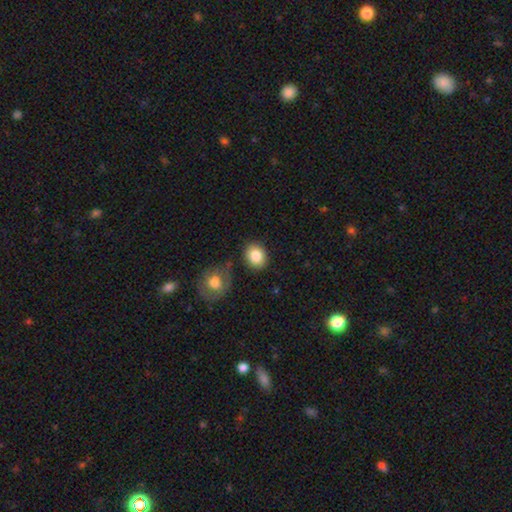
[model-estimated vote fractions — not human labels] A smooth galaxy with no disk features (85%) that is round (57%).

Vote fractions:
- Smooth or featured? smooth: 85% / star or artifact: 8% / featured or disk: 7%
- How rounded? round: 57% / in between: 42% / cigar-shaped: 1%
- Merging? none: 80% / minor disturbance: 11% / merger: 6% / major disturbance: 3%